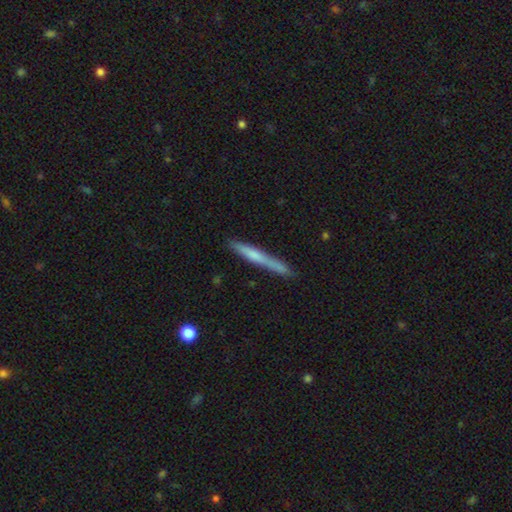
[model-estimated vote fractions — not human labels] Smooth or featured? smooth (52%)
How rounded? cigar-shaped (96%)
Merging? none (81%)